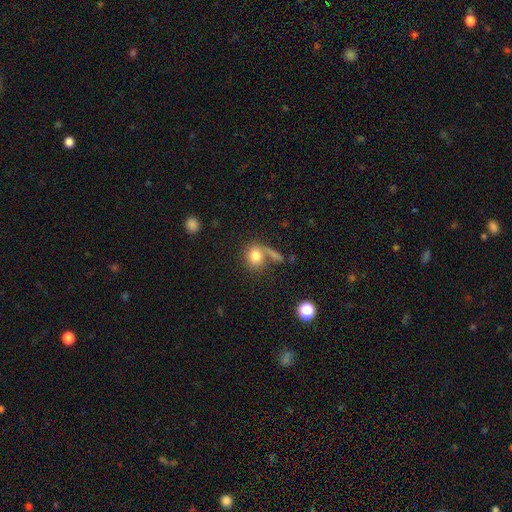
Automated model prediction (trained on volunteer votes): Smooth or featured? smooth (79%)
How rounded? round (72%)
Merging? none (49%)